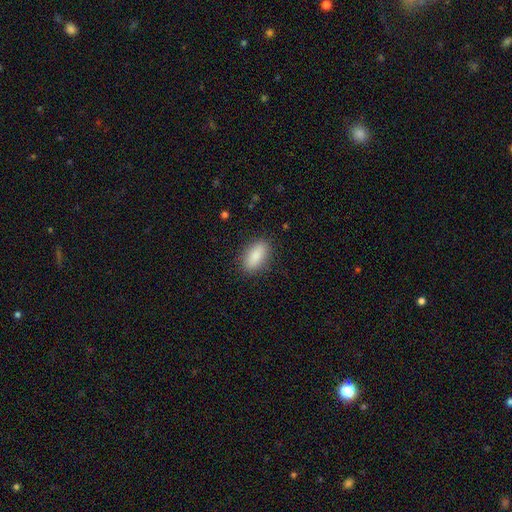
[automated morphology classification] This appears to be a smooth galaxy with no disk features (86%) that is in between round and cigar-shaped (85%). Merging: none (87%).